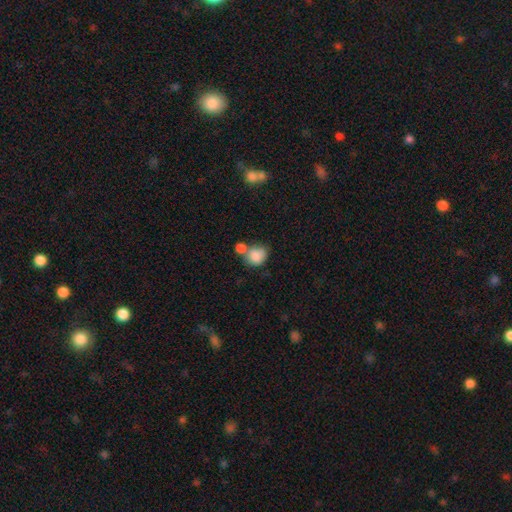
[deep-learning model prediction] This is clearly a smooth galaxy (82%). How rounded: likely round (66%). Merging: possibly merger (45%).